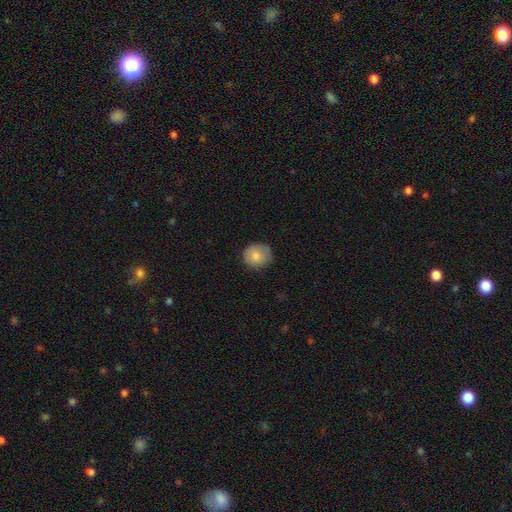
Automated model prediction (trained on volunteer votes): Smooth or featured?
  - smooth: 79% *
  - featured or disk: 14%
  - star or artifact: 7%
How rounded?
  - round: 79% *
  - in between: 20%
  - cigar-shaped: 1%
Merging?
  - none: 77% *
  - minor disturbance: 19%
  - major disturbance: 3%
  - merger: 1%